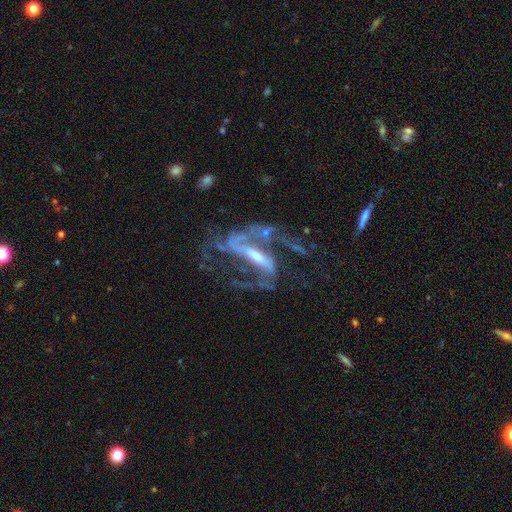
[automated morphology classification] Smooth or featured: featured or disk — 90% (star or artifact — 6%)
Edge-on disk: no — 91% (yes — 9%)
Bar: strong — 67% (weak — 24%)
Spiral arms: yes — 95% (no — 5%)
Spiral winding: medium — 48% (loose — 38%)
Spiral arm count: 2 — 88% (can't tell — 4%)
Bulge size: small — 54% (moderate — 35%)
Merging: none — 56% (major disturbance — 23%)